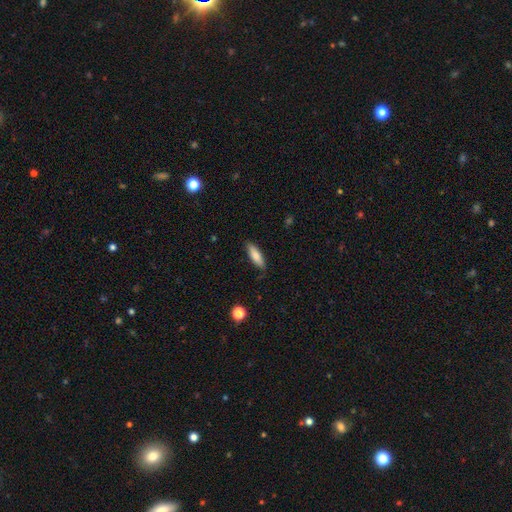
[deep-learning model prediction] Q: Smooth or featured?
A: smooth (82%); runner-up: featured or disk (12%)
Q: How rounded?
A: cigar-shaped (54%); runner-up: in between (44%)
Q: Merging?
A: none (85%); runner-up: minor disturbance (12%)